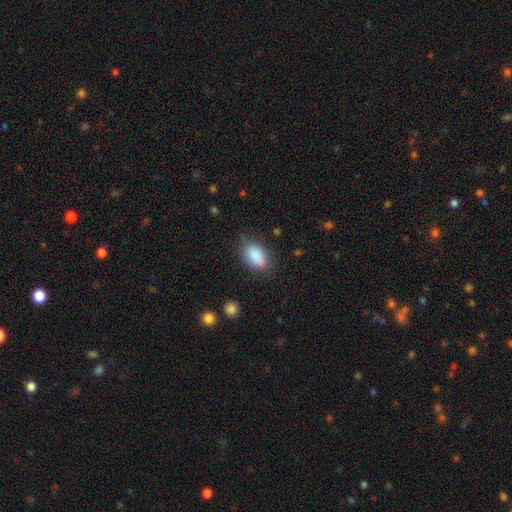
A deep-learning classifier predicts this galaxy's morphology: This is clearly a smooth galaxy (87%). How rounded: clearly in between (90%). Merging: likely none (74%).